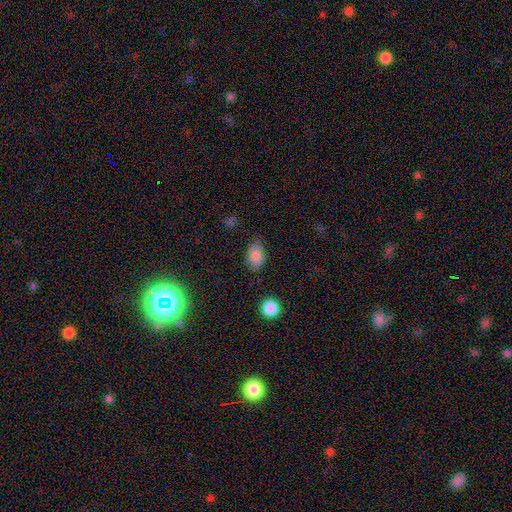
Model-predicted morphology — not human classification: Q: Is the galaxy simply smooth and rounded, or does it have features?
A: smooth — 83%.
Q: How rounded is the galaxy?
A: in between — 84%.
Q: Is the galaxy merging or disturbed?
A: none — 69%.